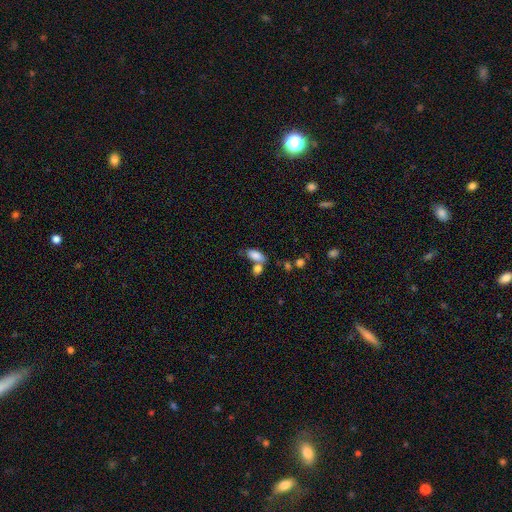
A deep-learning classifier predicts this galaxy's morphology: Smooth or featured?
  - smooth: 83% *
  - featured or disk: 9%
  - star or artifact: 8%
How rounded?
  - in between: 89% *
  - cigar-shaped: 7%
  - round: 4%
Merging?
  - none: 42% *
  - merger: 38%
  - minor disturbance: 14%
  - major disturbance: 6%